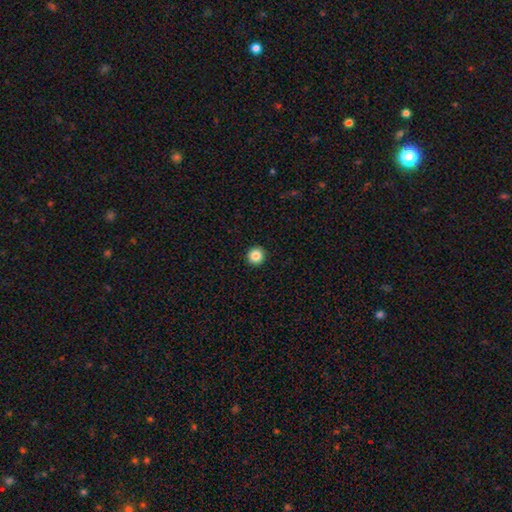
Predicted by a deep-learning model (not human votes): Q: Smooth or featured?
A: smooth (86%); runner-up: star or artifact (10%)
Q: How rounded?
A: round (95%); runner-up: in between (4%)
Q: Merging?
A: none (94%); runner-up: minor disturbance (4%)